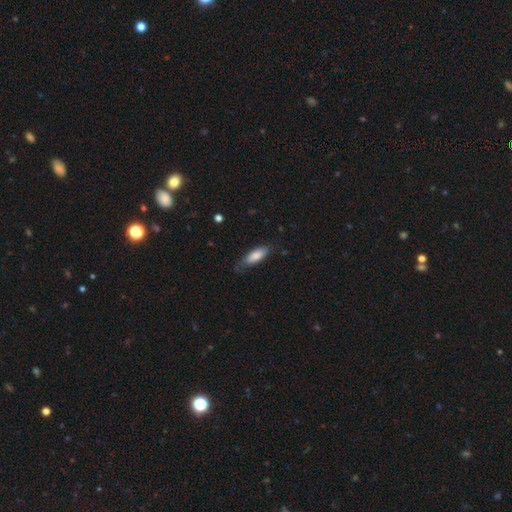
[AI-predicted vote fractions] A smooth galaxy with no disk features (80%) that is in between round and cigar-shaped (60%).

Vote fractions:
- Smooth or featured? smooth: 80% / featured or disk: 14% / star or artifact: 6%
- How rounded? in between: 60% / cigar-shaped: 38% / round: 2%
- Merging? none: 65% / minor disturbance: 27% / major disturbance: 6% / merger: 1%